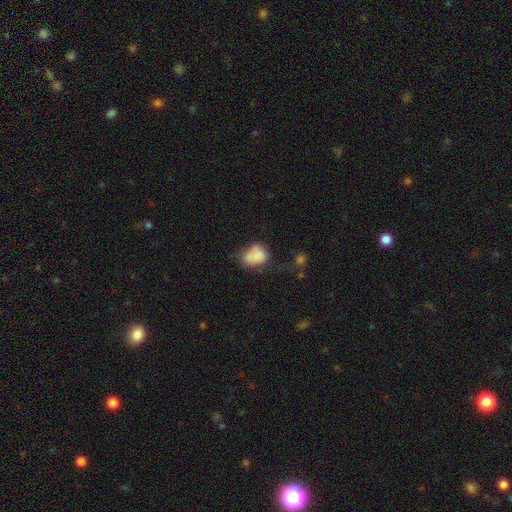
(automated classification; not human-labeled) smooth 77%, featured or disk 13%, star or artifact 10%. Down the decision tree: how rounded — in between (71%); merging — none (35%).